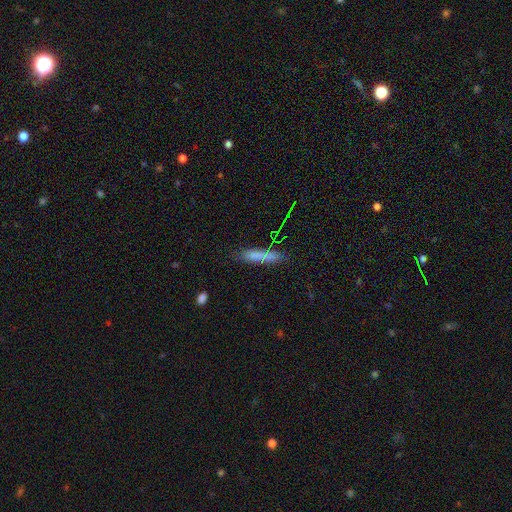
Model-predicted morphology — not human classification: Smooth or featured?
  - smooth: 69% *
  - featured or disk: 18%
  - star or artifact: 13%
How rounded?
  - cigar-shaped: 87% *
  - in between: 11%
  - round: 2%
Merging?
  - none: 78% *
  - minor disturbance: 14%
  - merger: 4%
  - major disturbance: 4%